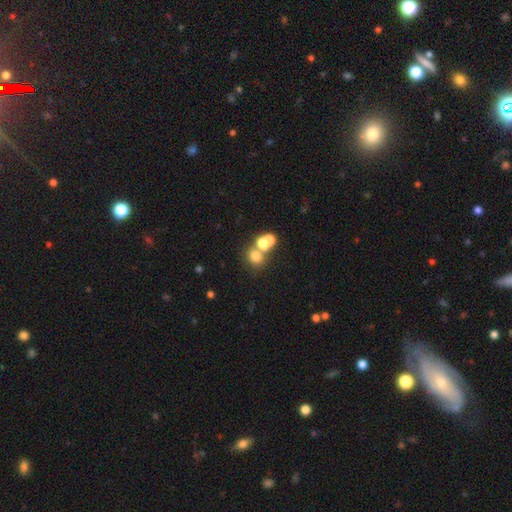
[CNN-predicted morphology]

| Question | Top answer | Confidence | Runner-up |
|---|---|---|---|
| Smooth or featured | smooth | 69% | star or artifact (18%) |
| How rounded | round | 73% | in between (26%) |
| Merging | none | 47% | merger (41%) |